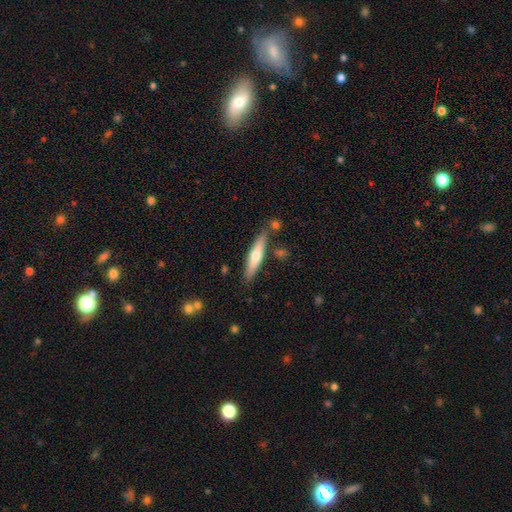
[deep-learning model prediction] The model was most divided on "smooth or featured": smooth: 50%, featured or disk: 44%, star or artifact: 6%. More confident: how rounded — cigar-shaped (84%); merging — none (81%).